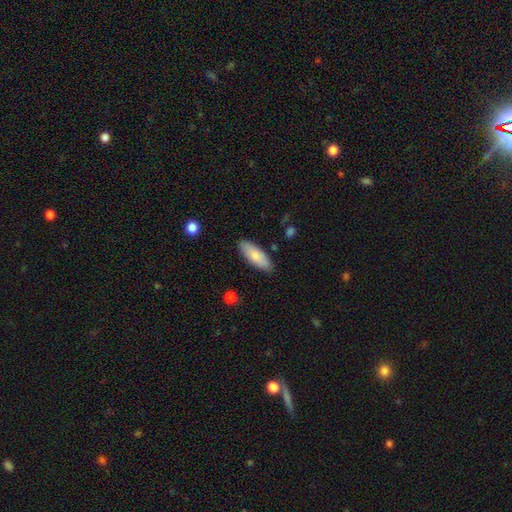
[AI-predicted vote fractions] Q: Smooth or featured?
A: smooth (78%); runner-up: featured or disk (17%)
Q: How rounded?
A: in between (72%); runner-up: cigar-shaped (26%)
Q: Merging?
A: none (87%); runner-up: minor disturbance (10%)